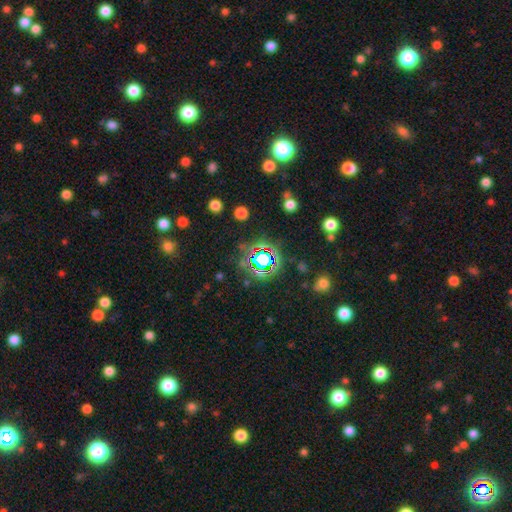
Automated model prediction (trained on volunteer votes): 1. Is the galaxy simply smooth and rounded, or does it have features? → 75% star or artifact, 16% smooth, 8% featured or disk.